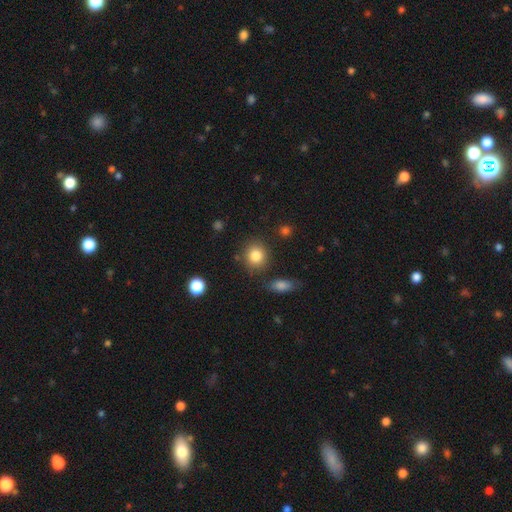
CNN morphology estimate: This appears to be a smooth galaxy with no disk features (84%) that is round (79%). Merging: none (81%).